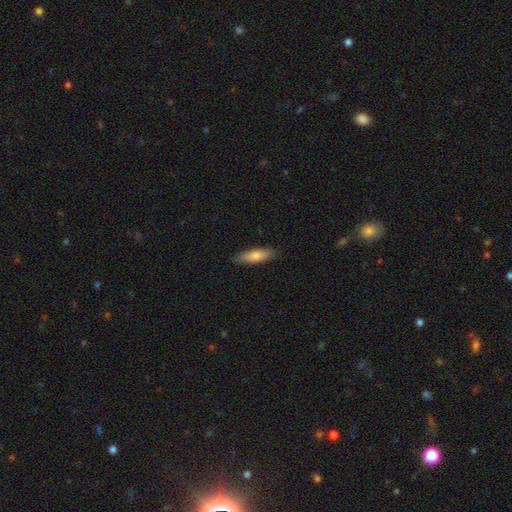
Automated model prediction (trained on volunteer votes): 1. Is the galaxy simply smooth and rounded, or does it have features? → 77% smooth, 17% featured or disk, 6% star or artifact.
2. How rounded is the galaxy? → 58% cigar-shaped, 40% in between, 2% round.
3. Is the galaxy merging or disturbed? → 86% none, 11% minor disturbance, 2% major disturbance, 1% merger.